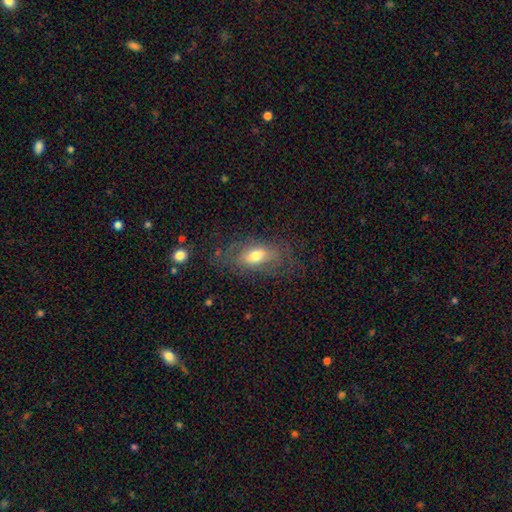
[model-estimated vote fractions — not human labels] Overall: smooth (52%; featured or disk 39%). How rounded: in between (85%). Merging: none (60%; minor disturbance 21%).